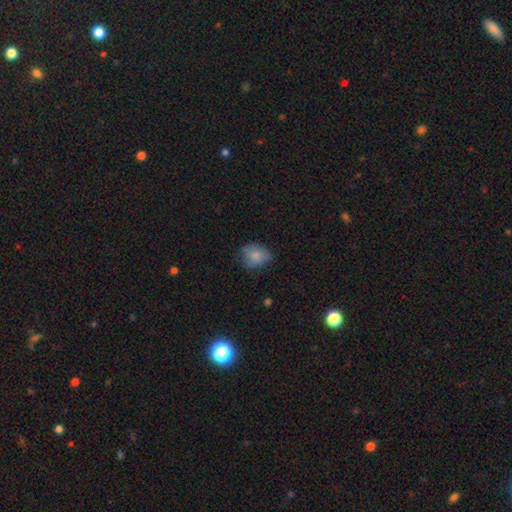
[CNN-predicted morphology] A smooth galaxy with no disk features (80%) that is in between round and cigar-shaped (56%). Merging: none (62%).